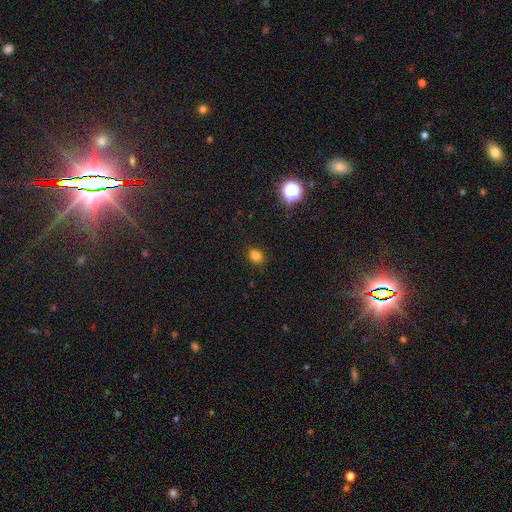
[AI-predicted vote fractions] smooth 79%, star or artifact 16%, featured or disk 5%. Down the decision tree: how rounded — in between (61%); merging — none (83%).